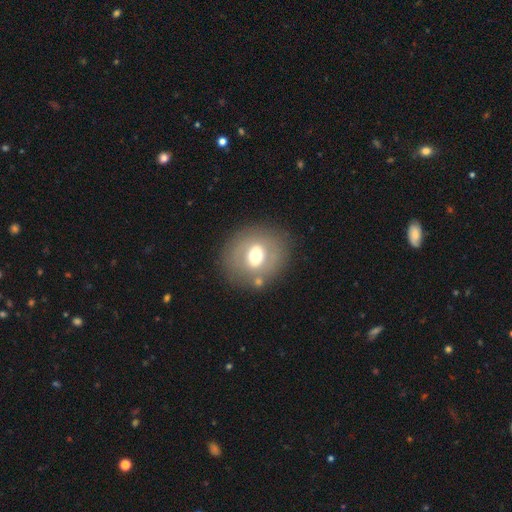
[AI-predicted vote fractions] smooth-or-featured: smooth: 52% | featured or disk: 39% | star or artifact: 9%
  how-rounded: round: 70% | in between: 29% | cigar-shaped: 1%
  merging: none: 78% | minor disturbance: 11% | major disturbance: 6% | merger: 5%